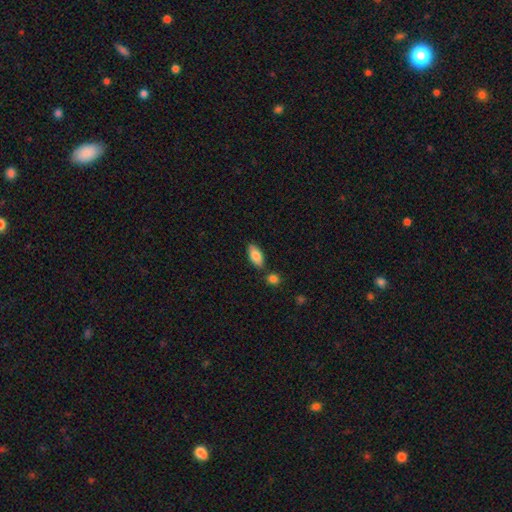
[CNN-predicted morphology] This appears to be a smooth galaxy with no disk features (82%) that is in between round and cigar-shaped (88%). Merging: none (79%).